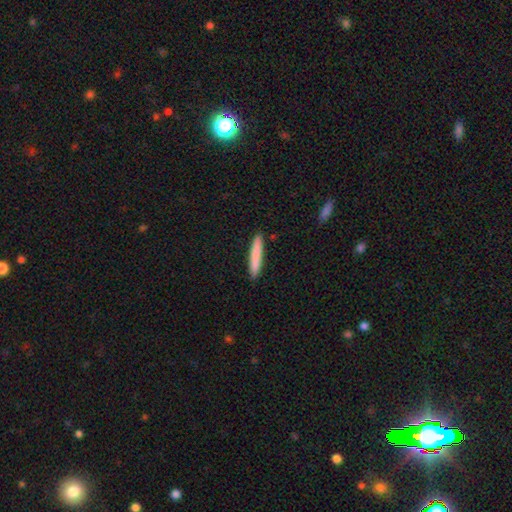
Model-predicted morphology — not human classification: Q: Smooth or featured?
A: smooth (82%); runner-up: featured or disk (13%)
Q: How rounded?
A: cigar-shaped (93%); runner-up: in between (6%)
Q: Merging?
A: none (90%); runner-up: minor disturbance (7%)